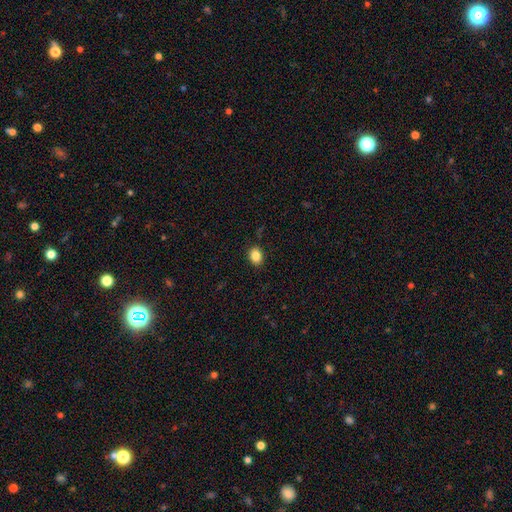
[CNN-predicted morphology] Smooth or featured: smooth — 86% (star or artifact — 9%)
How rounded: in between — 62% (round — 37%)
Merging: none — 88% (minor disturbance — 9%)